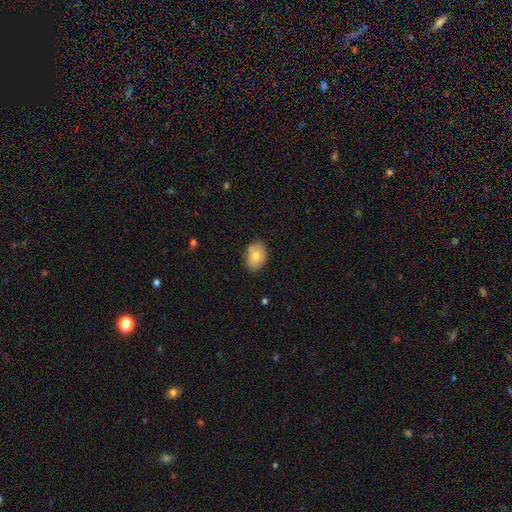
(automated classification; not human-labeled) Smooth or featured: smooth — 77% (featured or disk — 15%)
How rounded: in between — 72% (round — 27%)
Merging: none — 82% (minor disturbance — 13%)